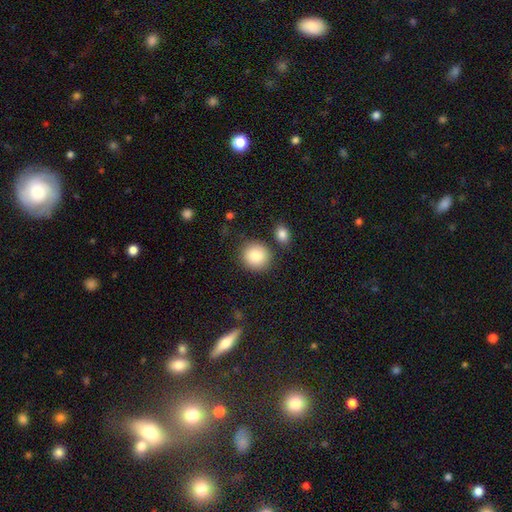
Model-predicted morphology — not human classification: smooth-or-featured: smooth: 87% | star or artifact: 7% | featured or disk: 6%
  how-rounded: round: 87% | in between: 13% | cigar-shaped: 1%
  merging: none: 80% | minor disturbance: 9% | merger: 7% | major disturbance: 3%